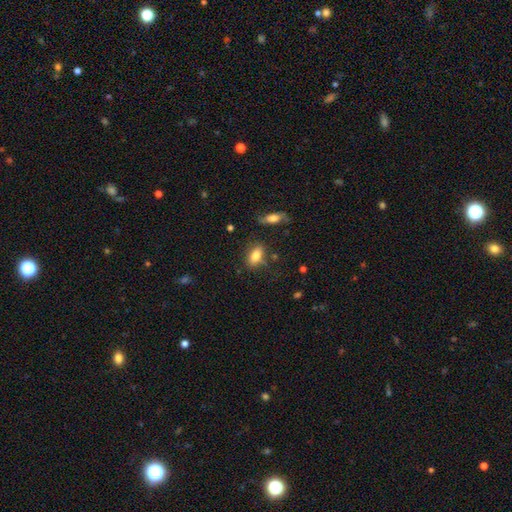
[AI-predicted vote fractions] This is likely a smooth galaxy (79%). How rounded: clearly in between (84%). Merging: likely none (75%).